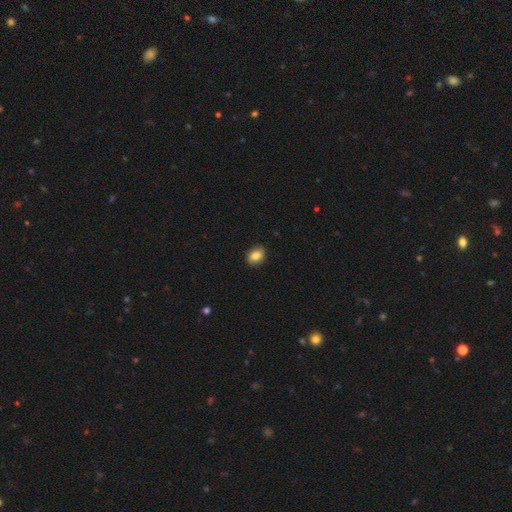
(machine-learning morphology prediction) Smooth or featured?
  - smooth: 85% *
  - star or artifact: 8%
  - featured or disk: 7%
How rounded?
  - in between: 71% *
  - round: 28%
  - cigar-shaped: 1%
Merging?
  - none: 89% *
  - minor disturbance: 9%
  - major disturbance: 2%
  - merger: 1%